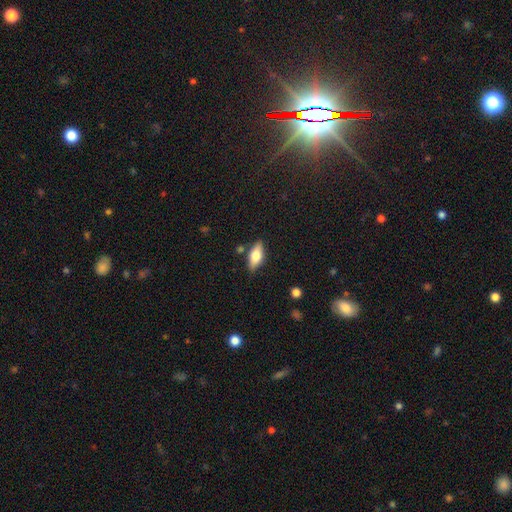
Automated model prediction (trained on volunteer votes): Smooth or featured? smooth (63%)
How rounded? in between (81%)
Merging? none (81%)